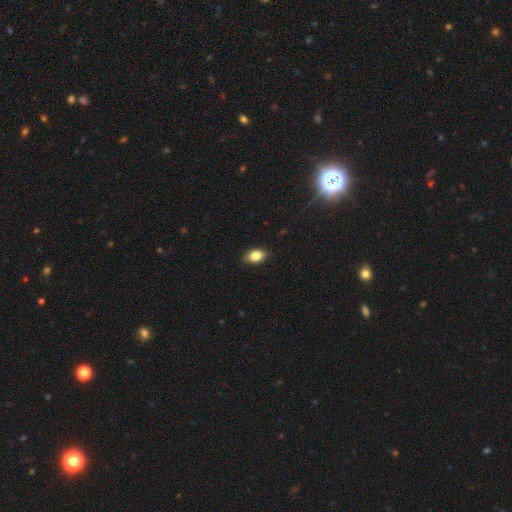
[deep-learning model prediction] smooth_or_featured: smooth (p=0.84) [alt: star or artifact p=0.09]
how_rounded: in between (p=0.83) [alt: round p=0.15]
merging: none (p=0.86) [alt: minor disturbance p=0.11]